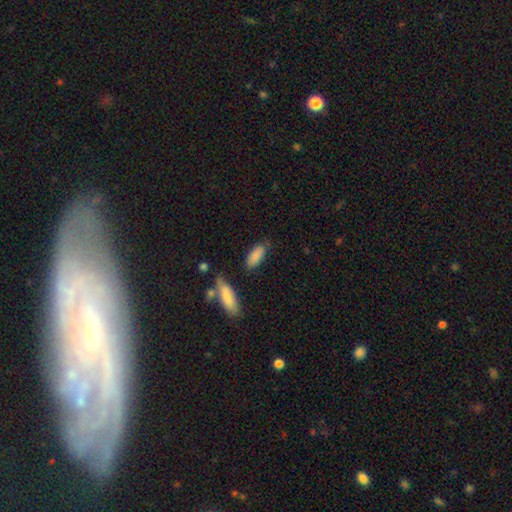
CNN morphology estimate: smooth-or-featured: smooth: 86% | featured or disk: 8% | star or artifact: 7%
  how-rounded: in between: 80% | cigar-shaped: 18% | round: 2%
  merging: none: 71% | minor disturbance: 20% | merger: 5% | major disturbance: 5%